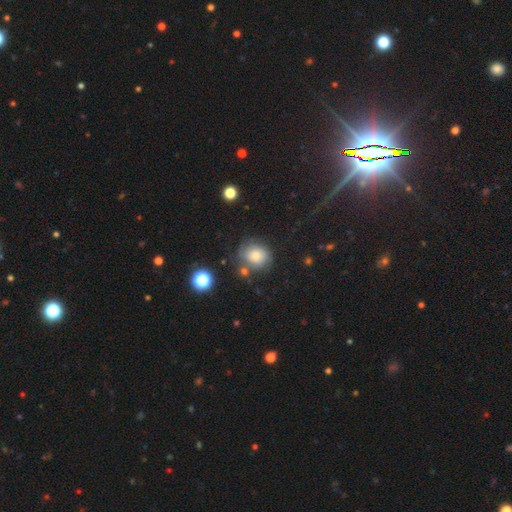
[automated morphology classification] smooth-or-featured: smooth: 69% | featured or disk: 18% | star or artifact: 12%
  how-rounded: round: 81% | in between: 18% | cigar-shaped: 1%
  merging: none: 67% | minor disturbance: 18% | major disturbance: 8% | merger: 7%